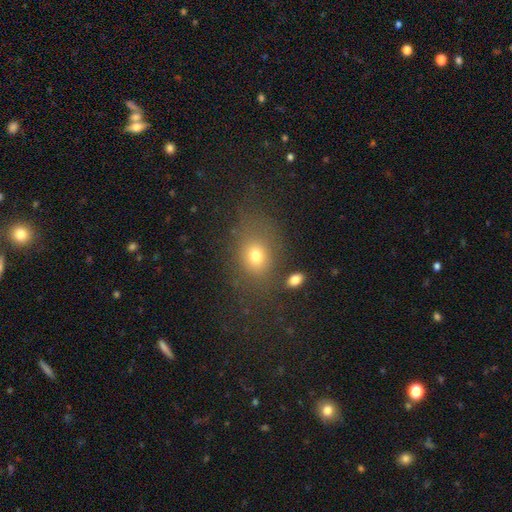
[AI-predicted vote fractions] smooth 70%, star or artifact 17%, featured or disk 13%. Down the decision tree: how rounded — in between (55%); merging — none (68%).